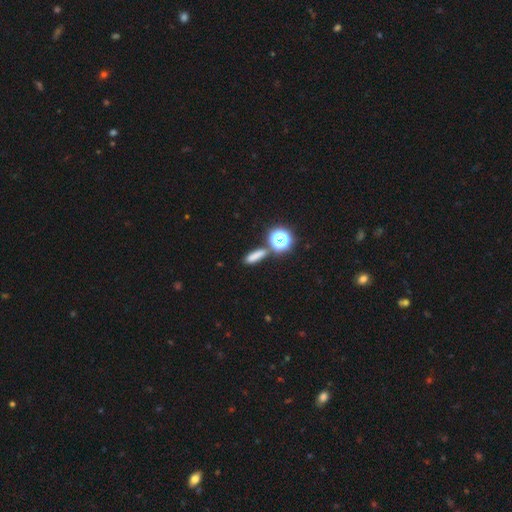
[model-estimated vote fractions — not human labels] Smooth or featured? smooth (72%)
How rounded? cigar-shaped (53%)
Merging? none (78%)